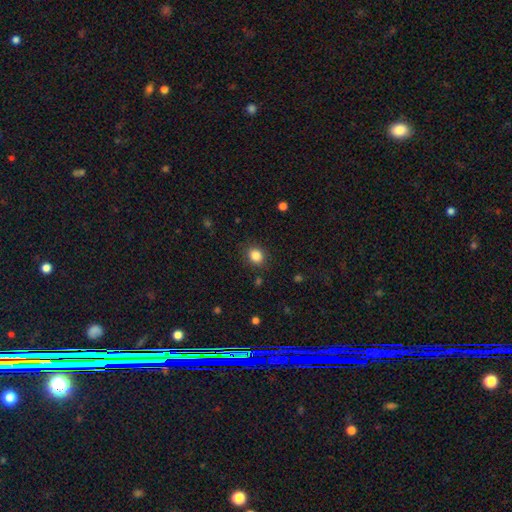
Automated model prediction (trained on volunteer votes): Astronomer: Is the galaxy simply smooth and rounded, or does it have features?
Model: smooth — 85%.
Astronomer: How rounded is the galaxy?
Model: round — 71%.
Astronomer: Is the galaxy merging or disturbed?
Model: none — 86%.